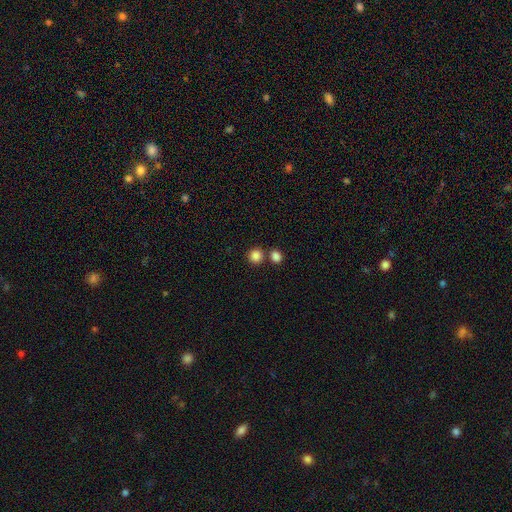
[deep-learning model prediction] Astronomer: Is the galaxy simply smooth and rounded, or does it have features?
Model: smooth — 86%.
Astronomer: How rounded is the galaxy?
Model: round — 89%.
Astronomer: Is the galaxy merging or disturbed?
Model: none — 70%.